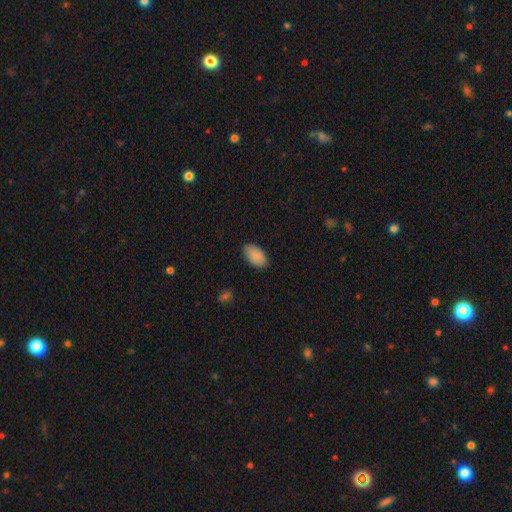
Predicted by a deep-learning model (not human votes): This appears to be a smooth galaxy with no disk features (89%) that is in between round and cigar-shaped (94%). Merging: none (86%).